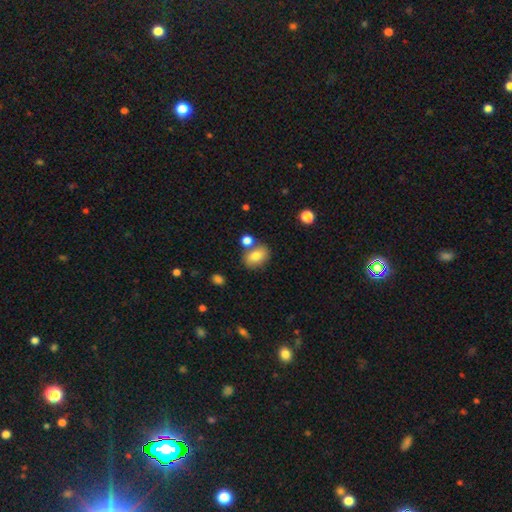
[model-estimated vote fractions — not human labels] The model was most divided on "how rounded": in between: 67%, round: 31%, cigar-shaped: 2%. More confident: smooth or featured — smooth (76%); merging — none (67%).